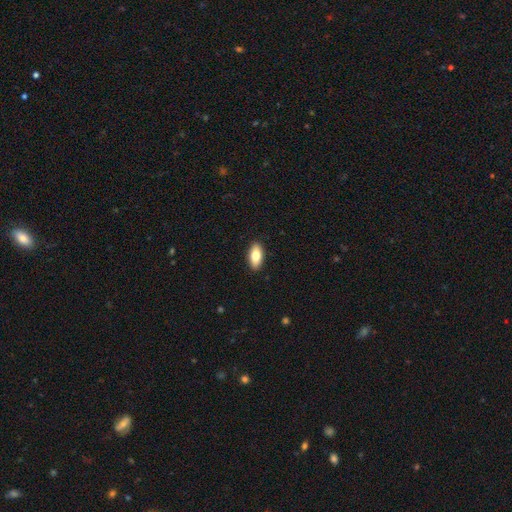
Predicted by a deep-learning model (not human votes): Smooth or featured? Predicted: smooth (p=0.77). How rounded? Predicted: in between (p=0.86). Merging? Predicted: none (p=0.90).